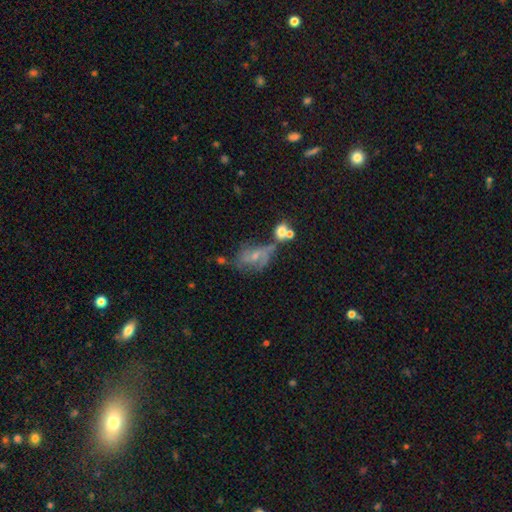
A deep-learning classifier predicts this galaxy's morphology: A featured or disk galaxy (64%) with no bar (46%), spiral arms (82%) and a small central bulge (61%).

Vote fractions:
- Smooth or featured? featured or disk: 64% / smooth: 23% / star or artifact: 13%
- Edge-on disk? no: 95% / yes: 5%
- Bar? no: 46% / weak: 42% / strong: 12%
- Spiral arms? yes: 82% / no: 18%
- Bulge size? small: 61% / moderate: 28% / none: 7% / large: 2% / dominant: 1%
- Merging? none: 36% / major disturbance: 22% / minor disturbance: 22% / merger: 20%